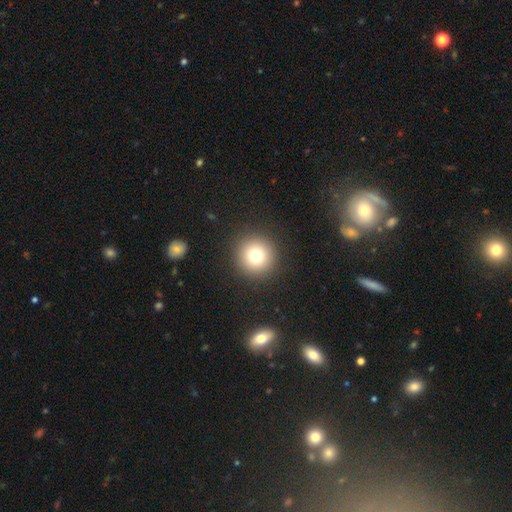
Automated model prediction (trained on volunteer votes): A smooth galaxy with no disk features (77%) that is round (96%).

Vote fractions:
- Smooth or featured? smooth: 77% / star or artifact: 13% / featured or disk: 10%
- How rounded? round: 96% / in between: 4% / cigar-shaped: 1%
- Merging? none: 91% / minor disturbance: 5% / major disturbance: 2% / merger: 1%